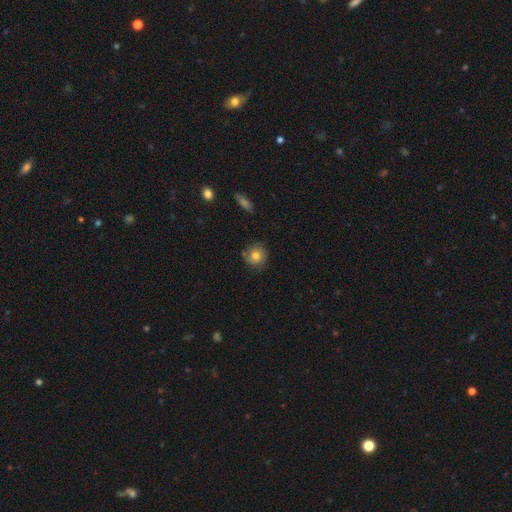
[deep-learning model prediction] The model was most divided on "smooth or featured": smooth: 69%, featured or disk: 20%, star or artifact: 10%. More confident: how rounded — round (90%); merging — none (77%).